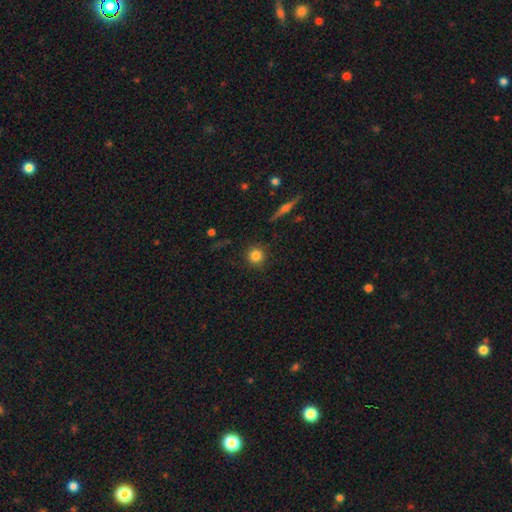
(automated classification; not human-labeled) This is clearly a smooth galaxy (81%). How rounded: clearly round (94%). Merging: clearly none (89%).